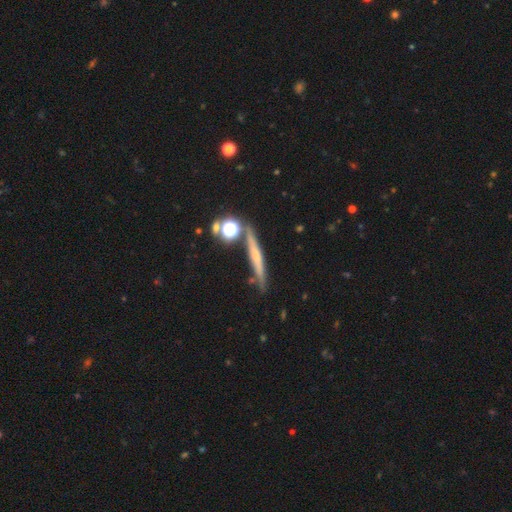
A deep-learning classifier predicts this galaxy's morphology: Overall: featured or disk (49%; smooth 38%). Merging: none (79%).